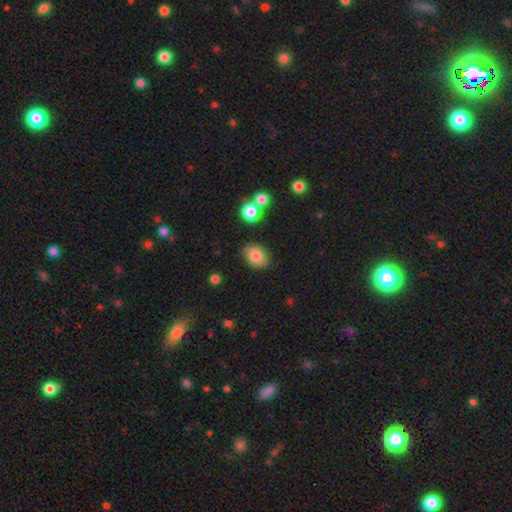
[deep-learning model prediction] smooth 82%, featured or disk 10%, star or artifact 9%. Down the decision tree: how rounded — in between (71%); merging — none (77%).